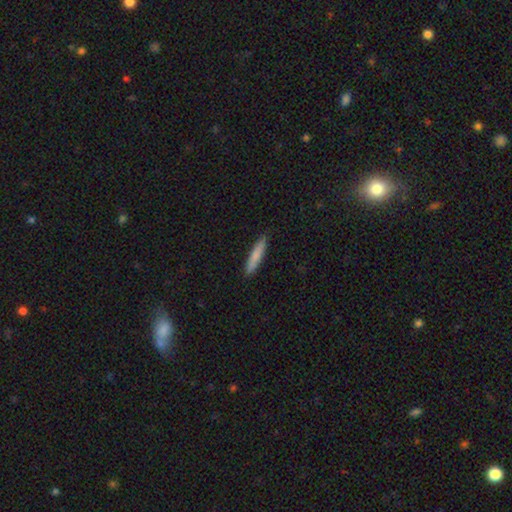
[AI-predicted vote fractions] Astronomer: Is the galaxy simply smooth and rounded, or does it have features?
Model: smooth — 80%.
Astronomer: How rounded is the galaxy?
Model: cigar-shaped — 90%.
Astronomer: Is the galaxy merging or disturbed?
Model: none — 90%.